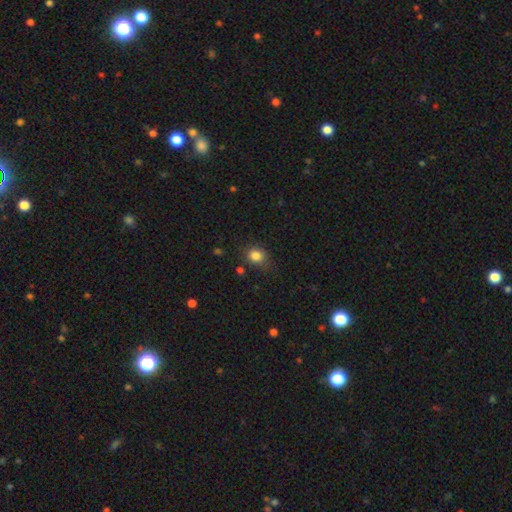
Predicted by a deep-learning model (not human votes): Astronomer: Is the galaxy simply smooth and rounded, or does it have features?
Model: smooth — 84%.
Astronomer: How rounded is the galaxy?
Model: round — 66%.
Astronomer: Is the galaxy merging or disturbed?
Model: none — 75%.